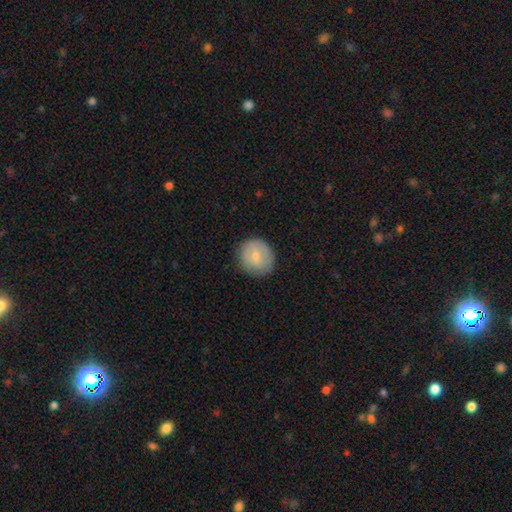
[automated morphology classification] Q: Smooth or featured?
A: smooth (69%); runner-up: featured or disk (24%)
Q: How rounded?
A: round (87%); runner-up: in between (12%)
Q: Merging?
A: none (83%); runner-up: minor disturbance (13%)